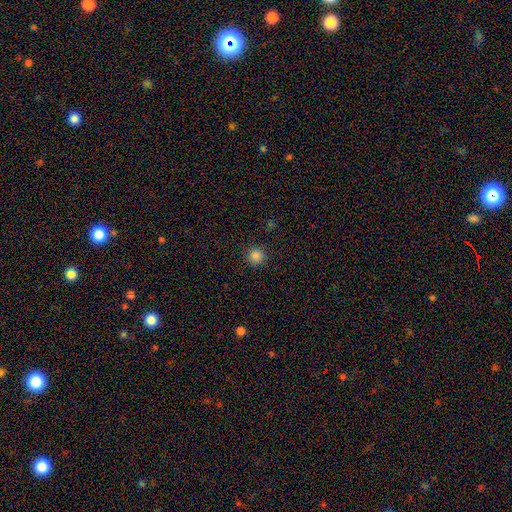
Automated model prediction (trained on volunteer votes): Overall: smooth (85%). How rounded: round (95%). Merging: none (91%).